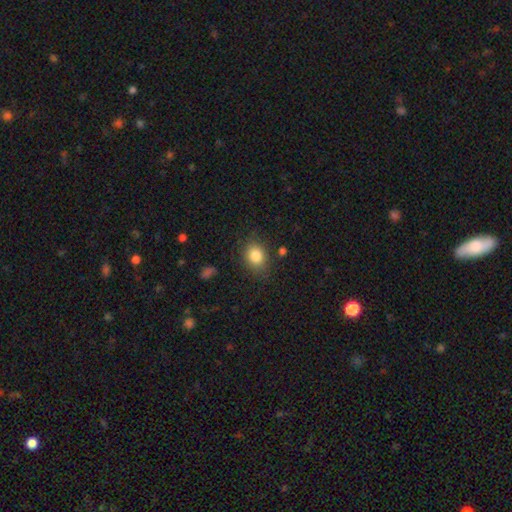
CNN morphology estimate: A smooth galaxy with no disk features (83%) that is in between round and cigar-shaped (50%). Merging: none (80%).